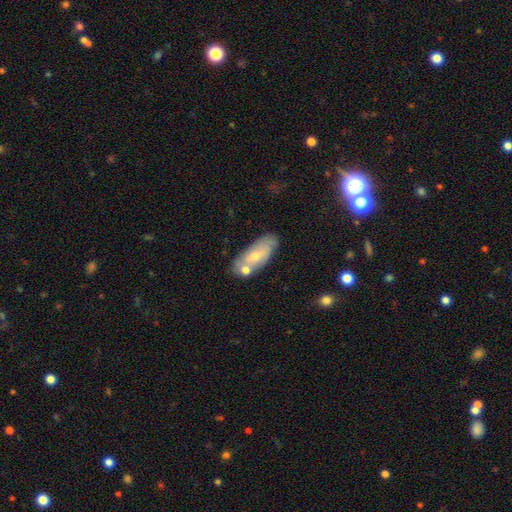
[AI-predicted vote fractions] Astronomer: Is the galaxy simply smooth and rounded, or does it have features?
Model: smooth — 53% (runner-up: featured or disk, 40%).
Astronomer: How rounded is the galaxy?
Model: in between — 78%.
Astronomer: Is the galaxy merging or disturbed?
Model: none — 58%.